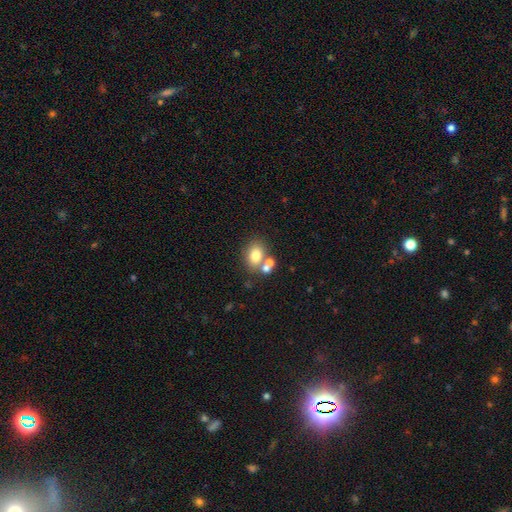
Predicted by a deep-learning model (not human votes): smooth_or_featured: smooth (p=0.75) [alt: featured or disk p=0.13]
how_rounded: in between (p=0.64) [alt: round p=0.35]
merging: none (p=0.56) [alt: merger p=0.28]